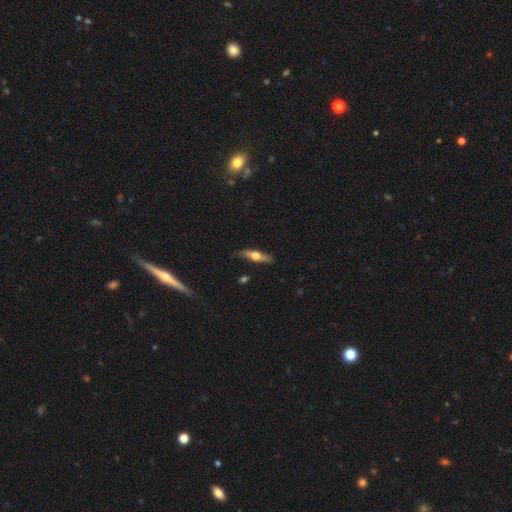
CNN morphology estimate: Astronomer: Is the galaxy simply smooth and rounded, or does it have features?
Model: featured or disk — 54% (runner-up: smooth, 41%).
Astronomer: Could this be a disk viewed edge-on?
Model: yes — 91%.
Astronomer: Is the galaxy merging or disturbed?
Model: none — 80%.